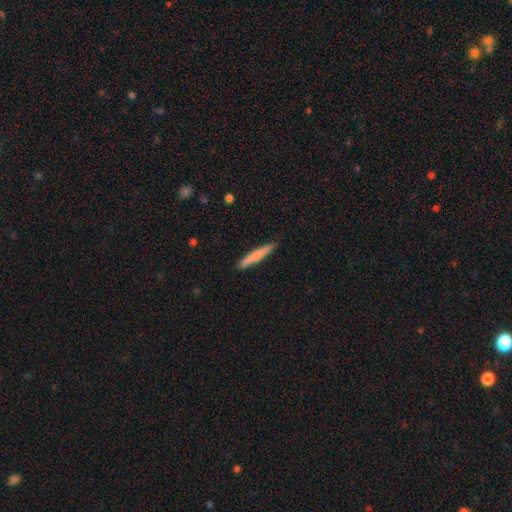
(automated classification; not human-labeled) smooth 73%, featured or disk 22%, star or artifact 5%. Down the decision tree: how rounded — cigar-shaped (95%); merging — none (88%).